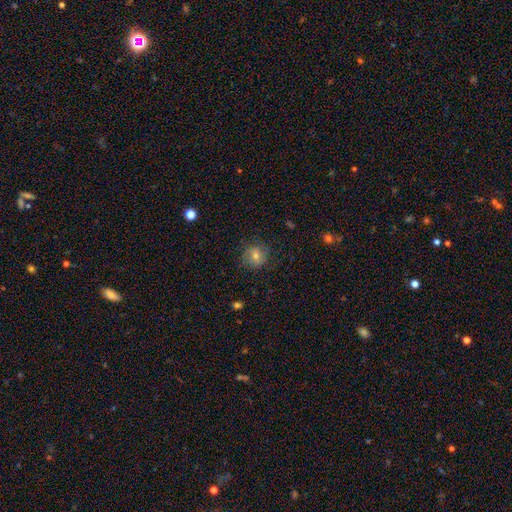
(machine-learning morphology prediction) smooth-or-featured: smooth: 70% | featured or disk: 19% | star or artifact: 11%
  how-rounded: round: 85% | in between: 14% | cigar-shaped: 1%
  merging: none: 81% | minor disturbance: 13% | major disturbance: 5% | merger: 1%